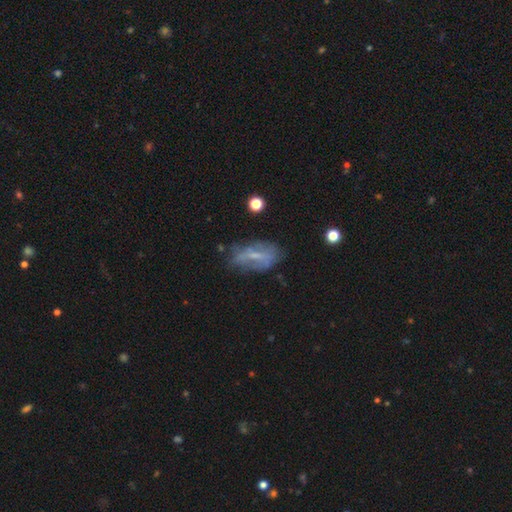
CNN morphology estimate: A featured or disk galaxy (51%). Merging: none (54%).